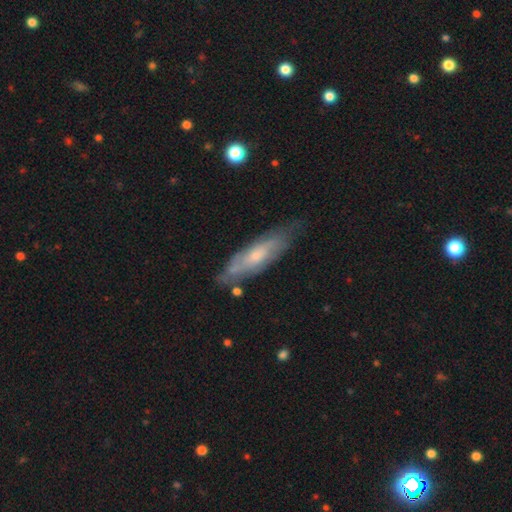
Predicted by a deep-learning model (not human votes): Smooth or featured? Predicted: featured or disk (p=0.61). Edge-on disk? Predicted: no (p=0.59). Merging? Predicted: none (p=0.75).